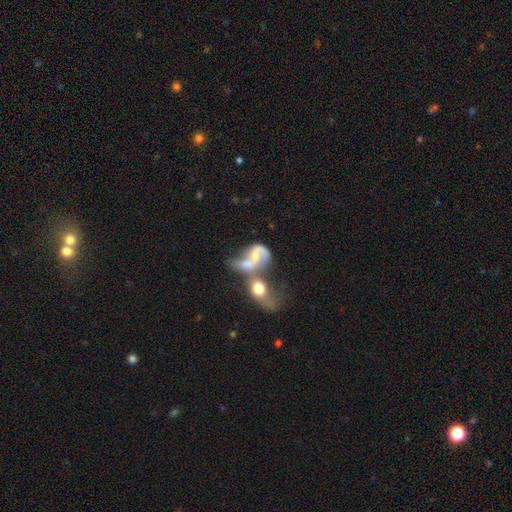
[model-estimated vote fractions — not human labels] This is likely a featured or disk galaxy (71%). It is clearly not viewed edge-on (97%). Bar: possibly no (46%). Spiral arm pattern: clearly yes (85%). Spiral arm count: likely 2 (78%). Spiral winding: likely loose (65%). Central bulge: possibly moderate (47%). Merging: likely merger (74%).